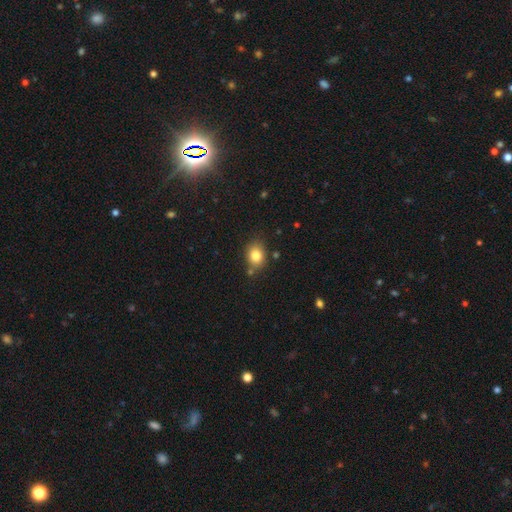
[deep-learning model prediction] Smooth or featured? Predicted: smooth (p=0.82). How rounded? Predicted: in between (p=0.52). Merging? Predicted: none (p=0.76).